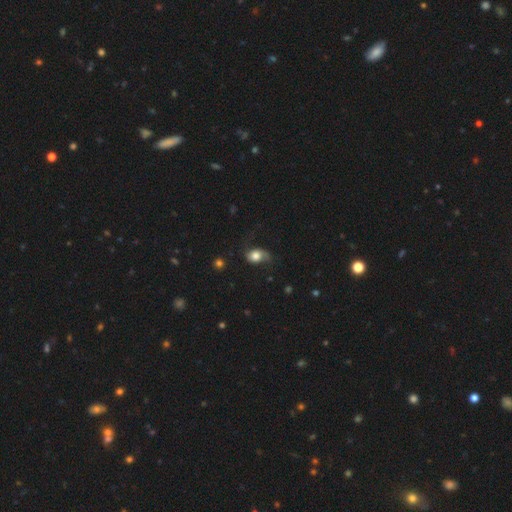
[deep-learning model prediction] A smooth galaxy with no disk features (67%) that is in between round and cigar-shaped (61%). Merging: none (44%).